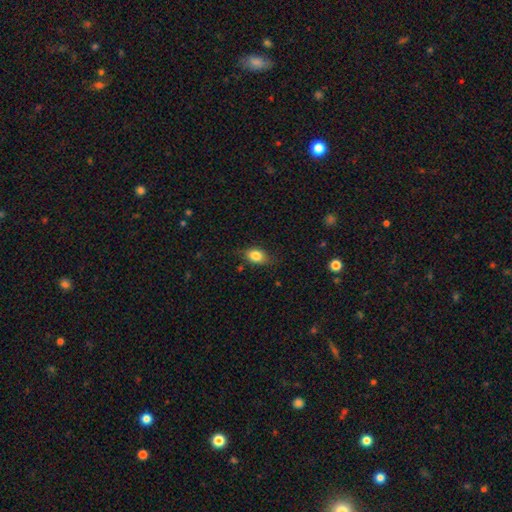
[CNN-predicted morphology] This is clearly a smooth galaxy (83%). How rounded: clearly in between (81%). Merging: likely none (77%).